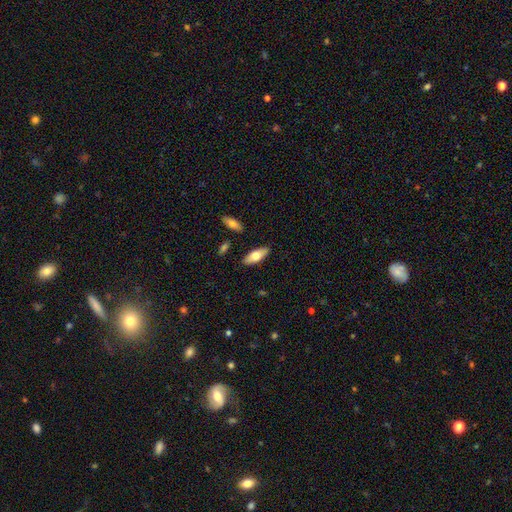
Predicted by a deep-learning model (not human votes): smooth 68%, featured or disk 27%, star or artifact 6%. Down the decision tree: how rounded — in between (77%); merging — none (86%).